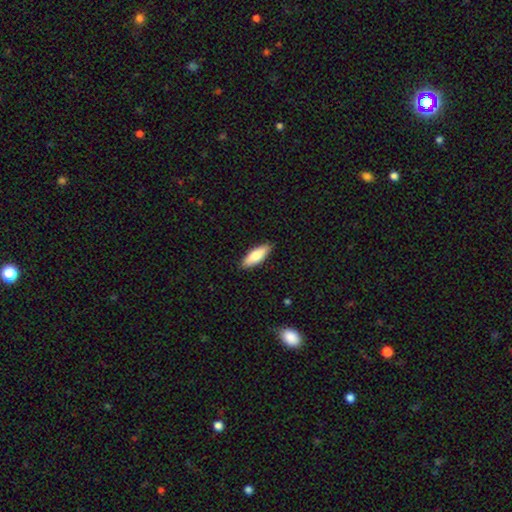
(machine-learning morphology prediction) This is likely a smooth galaxy (79%). How rounded: likely in between (63%). Merging: clearly none (88%).